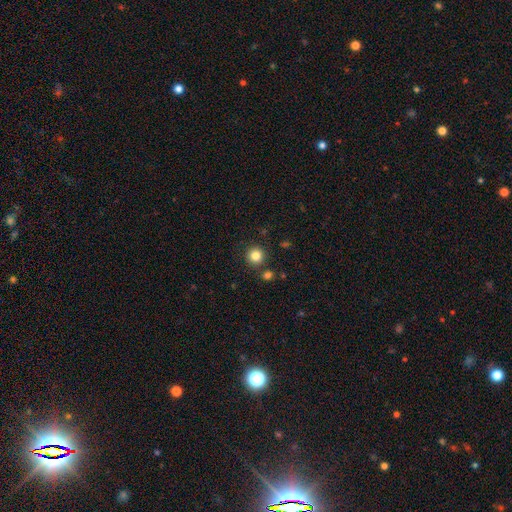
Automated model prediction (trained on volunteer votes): Smooth or featured: smooth — 84% (star or artifact — 11%)
How rounded: round — 94% (in between — 5%)
Merging: none — 87% (minor disturbance — 6%)